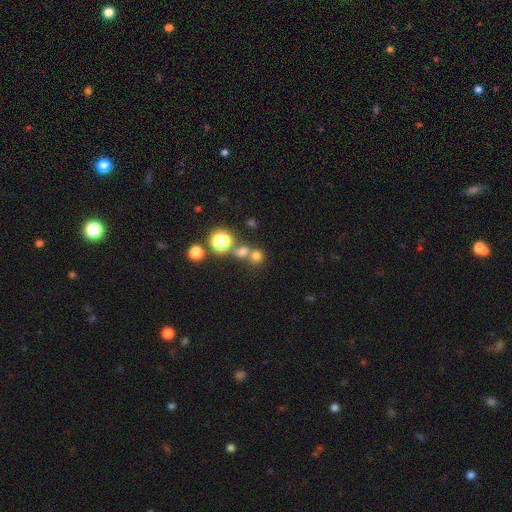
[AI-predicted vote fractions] A smooth galaxy with no disk features (66%) that is round (82%). Merging: none (55%).